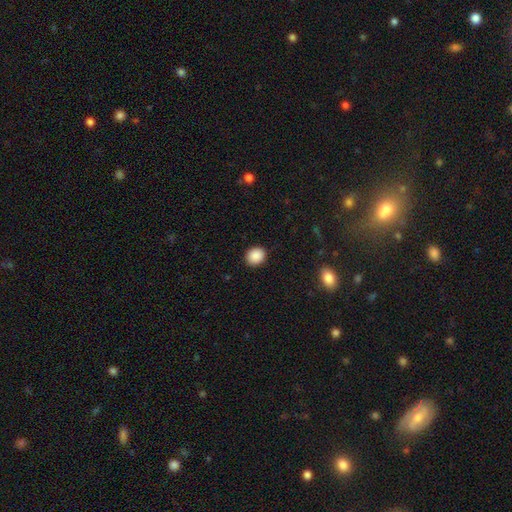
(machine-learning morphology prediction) Smooth or featured?
  - smooth: 89% *
  - star or artifact: 8%
  - featured or disk: 3%
How rounded?
  - round: 71% *
  - in between: 28%
  - cigar-shaped: 1%
Merging?
  - none: 91% *
  - minor disturbance: 6%
  - major disturbance: 2%
  - merger: 1%